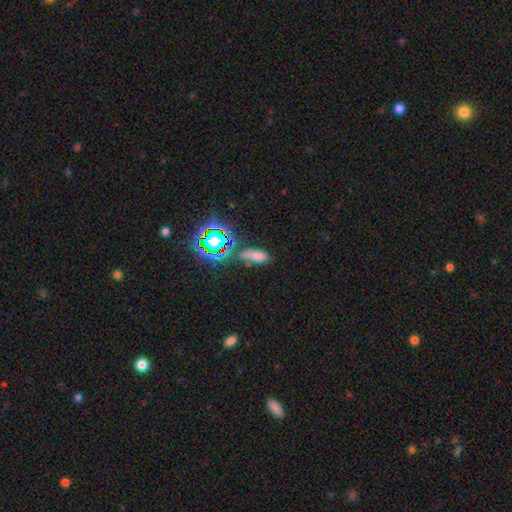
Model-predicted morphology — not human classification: A smooth galaxy with no disk features (64%) that is in between round and cigar-shaped (72%).

Vote fractions:
- Smooth or featured? smooth: 64% / star or artifact: 26% / featured or disk: 10%
- How rounded? in between: 72% / cigar-shaped: 21% / round: 7%
- Merging? none: 58% / minor disturbance: 21% / merger: 12% / major disturbance: 9%